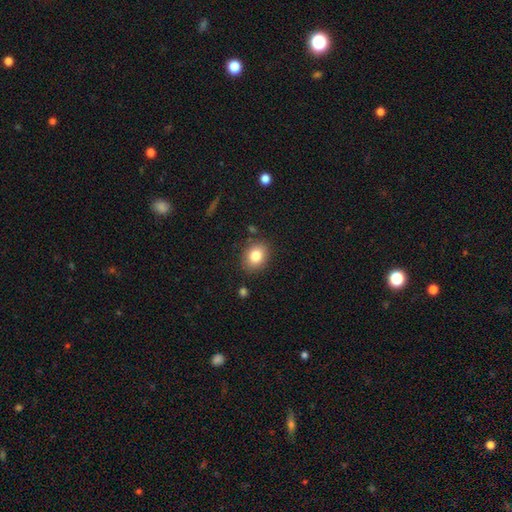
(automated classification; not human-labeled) Smooth or featured? Predicted: smooth (p=0.82). How rounded? Predicted: round (p=0.52). Merging? Predicted: none (p=0.85).